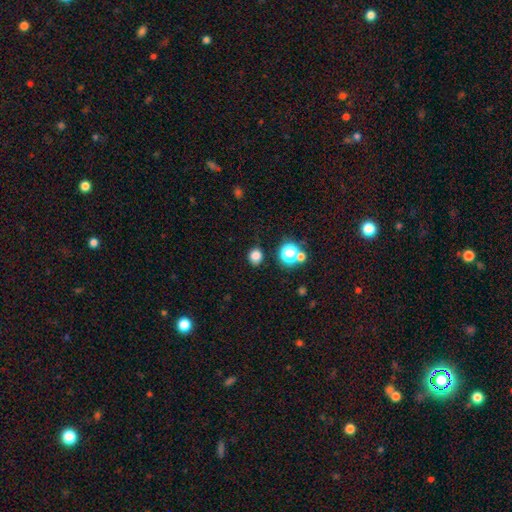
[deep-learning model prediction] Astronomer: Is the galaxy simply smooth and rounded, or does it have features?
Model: smooth — 79%.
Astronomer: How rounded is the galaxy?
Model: round — 73%.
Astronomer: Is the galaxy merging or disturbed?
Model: none — 83%.